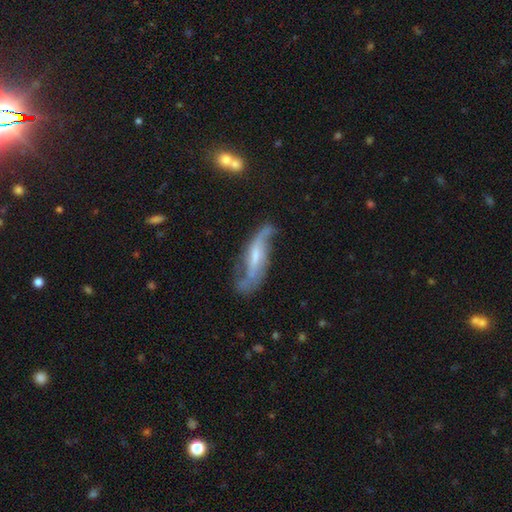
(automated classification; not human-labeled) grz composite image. It shows a featured or disk galaxy (78%) with a weak bar (45%), 2 (87%) loose (76%) spiral arms (90%) and a small central bulge (49%). Merging: none (56%).